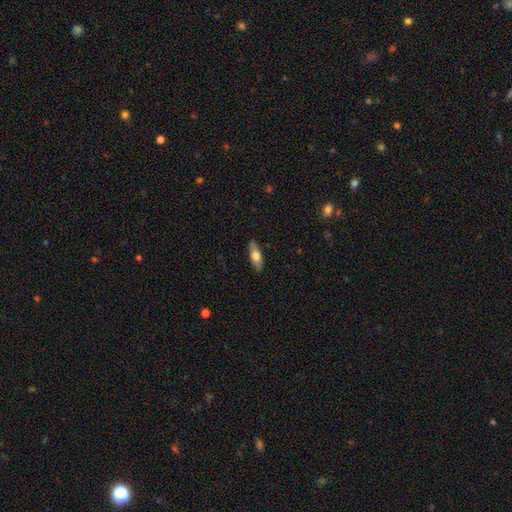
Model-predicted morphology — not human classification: smooth 61%, featured or disk 33%, star or artifact 6%. Down the decision tree: how rounded — in between (62%); merging — none (87%).